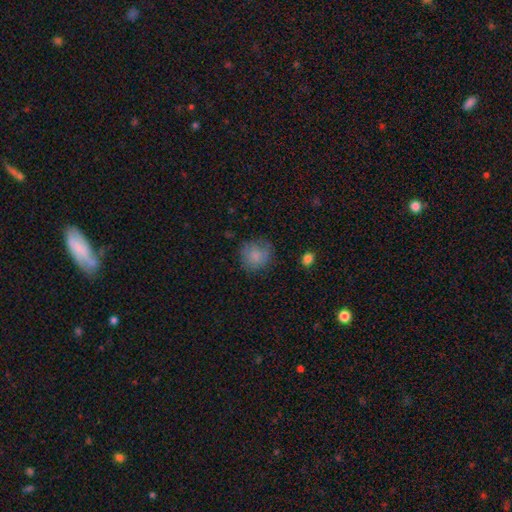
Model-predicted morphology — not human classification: This is clearly a smooth galaxy (80%). How rounded: clearly round (87%). Merging: likely none (70%).